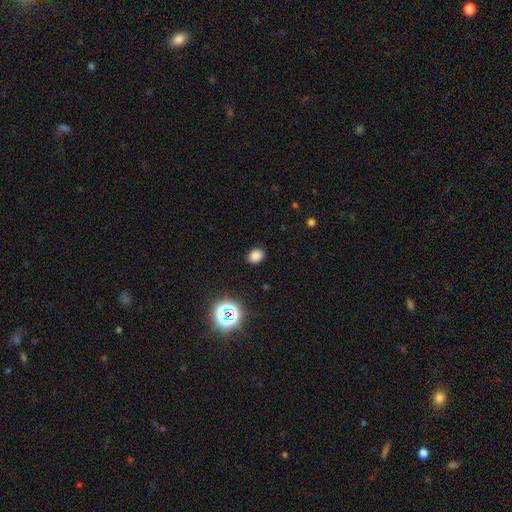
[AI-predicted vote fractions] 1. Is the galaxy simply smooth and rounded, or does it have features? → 79% smooth, 17% star or artifact, 5% featured or disk.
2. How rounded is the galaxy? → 55% in between, 44% round, 1% cigar-shaped.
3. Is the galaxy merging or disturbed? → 87% none, 9% minor disturbance, 3% major disturbance, 1% merger.